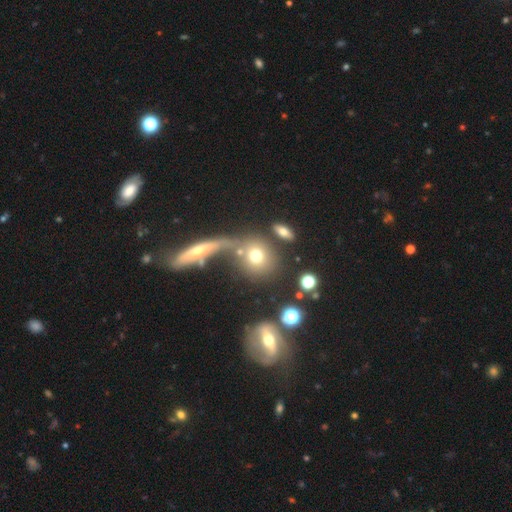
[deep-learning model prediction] The model was most divided on "merging": none: 54%, merger: 28%, minor disturbance: 11%, major disturbance: 7%. More confident: how rounded — round (77%); smooth or featured — smooth (69%).